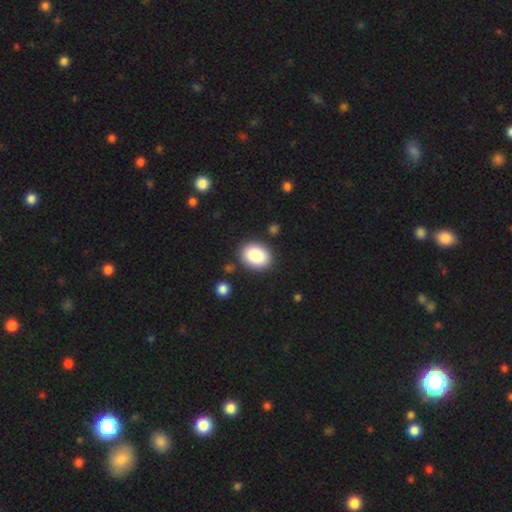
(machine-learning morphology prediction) smooth_or_featured: smooth (p=0.88) [alt: star or artifact p=0.07]
how_rounded: in between (p=0.74) [alt: round p=0.25]
merging: none (p=0.86) [alt: minor disturbance p=0.09]